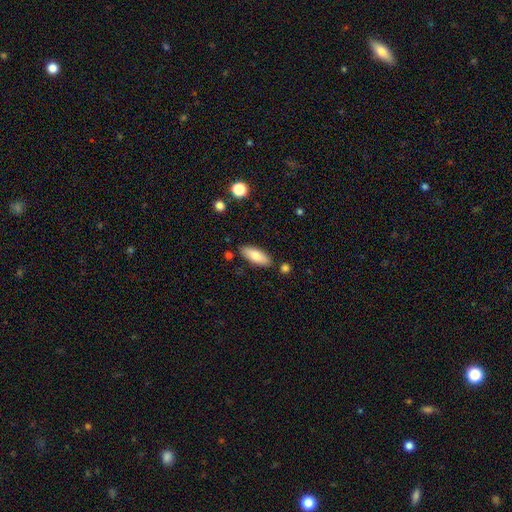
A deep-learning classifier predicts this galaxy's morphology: Q: Smooth or featured?
A: smooth (80%); runner-up: featured or disk (14%)
Q: How rounded?
A: in between (71%); runner-up: cigar-shaped (27%)
Q: Merging?
A: none (84%); runner-up: minor disturbance (10%)